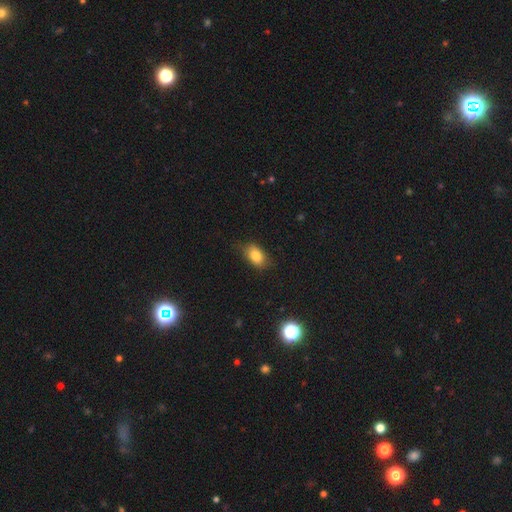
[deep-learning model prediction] This appears to be a smooth galaxy with no disk features (82%) that is in between round and cigar-shaped (83%). Merging: none (74%).